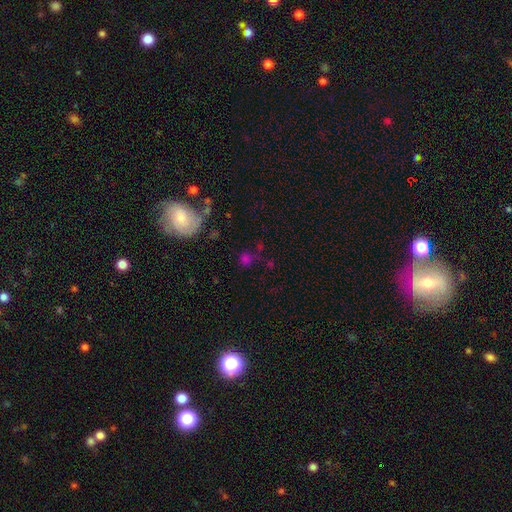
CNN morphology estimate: This appears to be a smooth galaxy with no disk features (44%). Merging: none (63%).